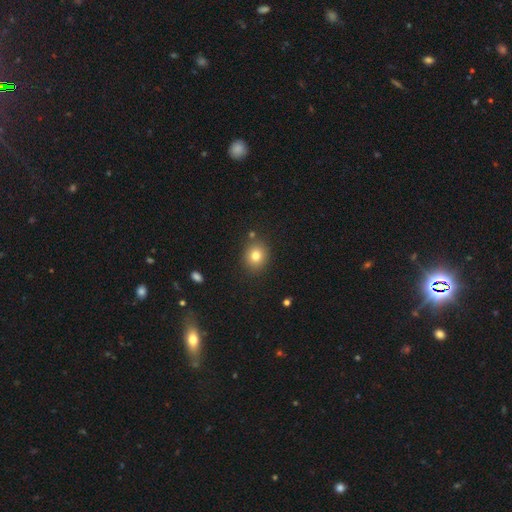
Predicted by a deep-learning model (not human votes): Smooth or featured? smooth (79%)
How rounded? round (75%)
Merging? none (85%)